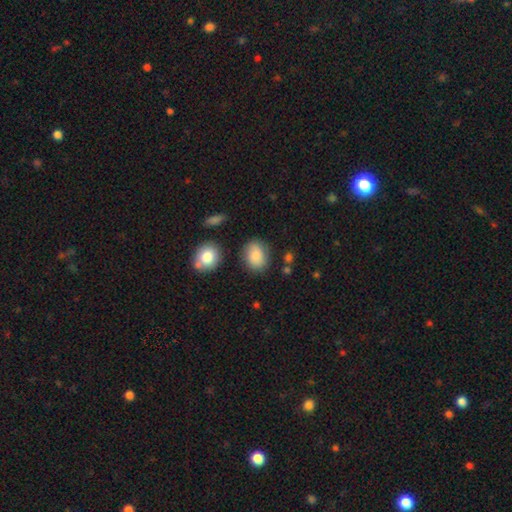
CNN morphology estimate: smooth-or-featured: smooth: 80% | featured or disk: 12% | star or artifact: 8%
  how-rounded: in between: 56% | round: 43% | cigar-shaped: 1%
  merging: none: 73% | minor disturbance: 18% | major disturbance: 5% | merger: 4%